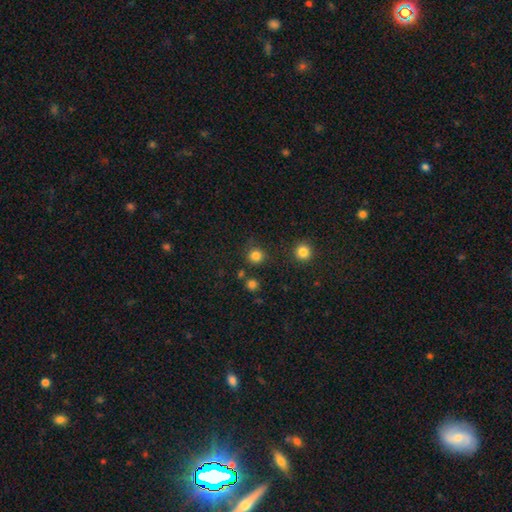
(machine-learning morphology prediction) A smooth galaxy with no disk features (82%) that is round (93%).

Vote fractions:
- Smooth or featured? smooth: 82% / star or artifact: 14% / featured or disk: 4%
- How rounded? round: 93% / in between: 6% / cigar-shaped: 1%
- Merging? none: 84% / minor disturbance: 8% / merger: 4% / major disturbance: 3%